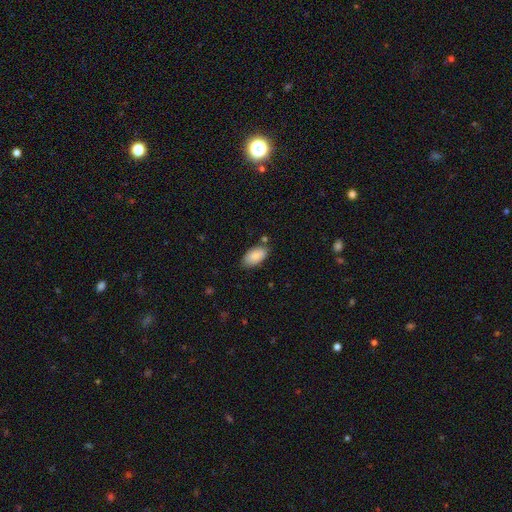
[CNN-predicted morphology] type=smooth (87%); roundness=in between (95%); merging=none (74%).